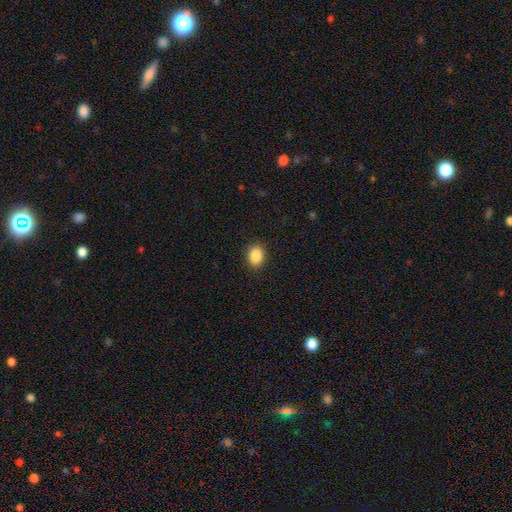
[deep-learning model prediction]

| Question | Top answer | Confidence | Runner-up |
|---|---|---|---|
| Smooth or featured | smooth | 89% | star or artifact (8%) |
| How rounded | in between | 63% | round (36%) |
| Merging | none | 89% | minor disturbance (8%) |